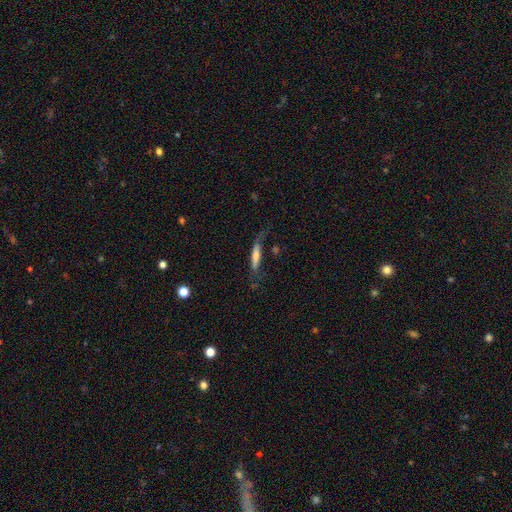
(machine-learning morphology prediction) A smooth galaxy with no disk features (54%) that is cigar-shaped (80%). Merging: none (49%).